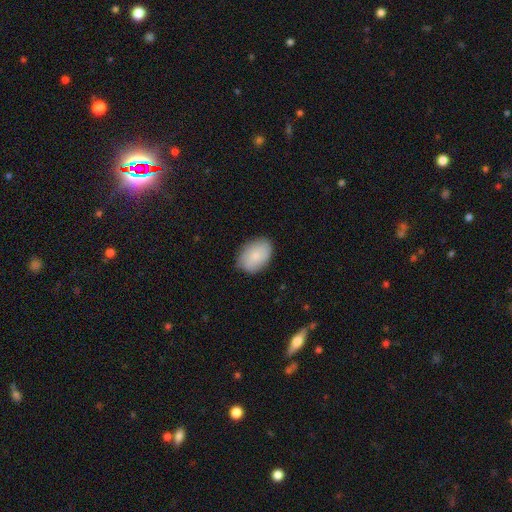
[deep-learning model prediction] smooth 78%, featured or disk 15%, star or artifact 6%. Down the decision tree: how rounded — in between (86%); merging — none (80%).